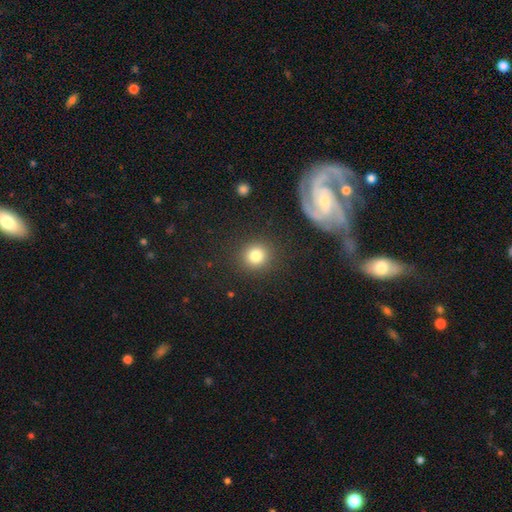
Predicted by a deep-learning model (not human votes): smooth 81%, star or artifact 11%, featured or disk 8%. Down the decision tree: how rounded — round (92%); merging — none (89%).